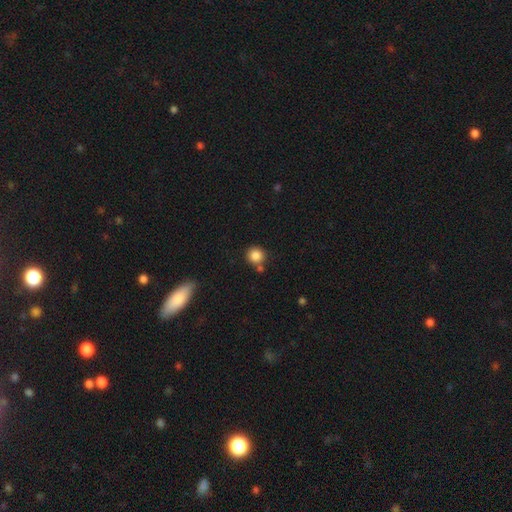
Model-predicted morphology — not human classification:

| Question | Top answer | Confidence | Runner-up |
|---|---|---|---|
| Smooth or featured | smooth | 85% | star or artifact (10%) |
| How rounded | round | 92% | in between (7%) |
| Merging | none | 74% | merger (14%) |